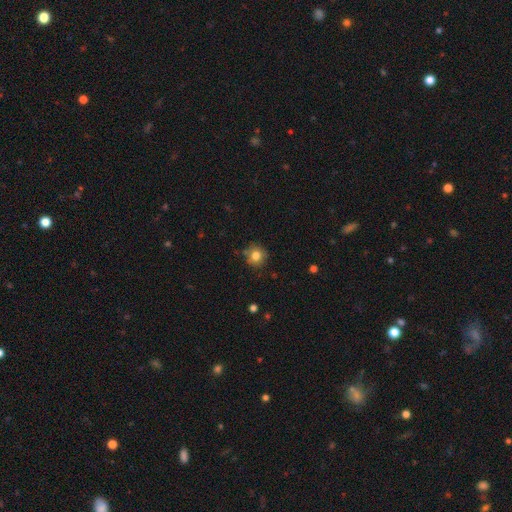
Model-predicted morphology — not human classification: smooth_or_featured: smooth (p=0.80) [alt: star or artifact p=0.11]
how_rounded: round (p=0.91) [alt: in between p=0.09]
merging: none (p=0.78) [alt: minor disturbance p=0.16]